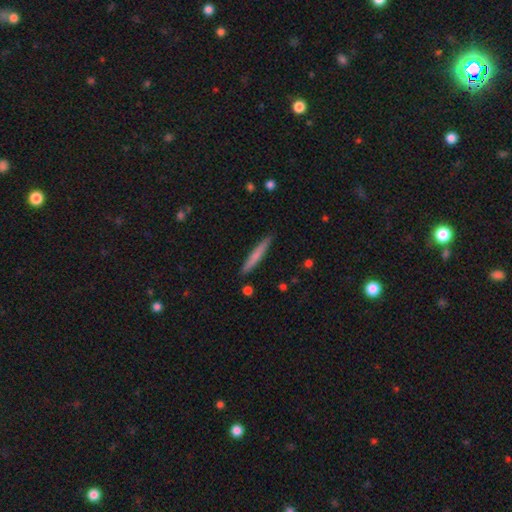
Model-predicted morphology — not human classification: smooth_or_featured: smooth (p=0.65) [alt: featured or disk p=0.30]
how_rounded: cigar-shaped (p=0.96) [alt: in between p=0.03]
merging: none (p=0.89) [alt: minor disturbance p=0.08]